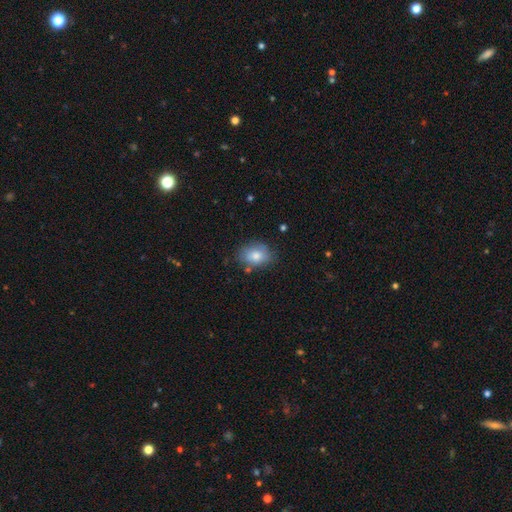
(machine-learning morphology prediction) The model was most divided on "how rounded": in between: 73%, round: 26%, cigar-shaped: 1%. More confident: smooth or featured — smooth (79%); merging — none (74%).